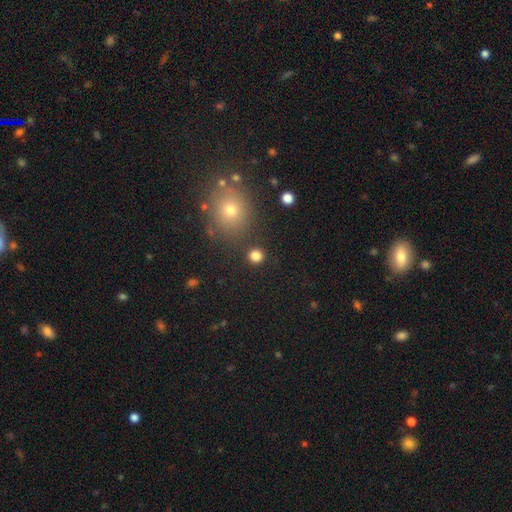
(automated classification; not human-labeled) Smooth or featured? Predicted: smooth (p=0.82). How rounded? Predicted: round (p=0.91). Merging? Predicted: none (p=0.88).